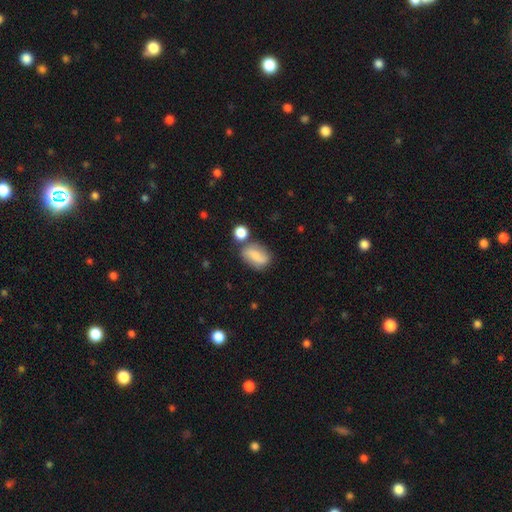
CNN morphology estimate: Smooth or featured? Predicted: smooth (p=0.69). How rounded? Predicted: in between (p=0.80). Merging? Predicted: none (p=0.59).